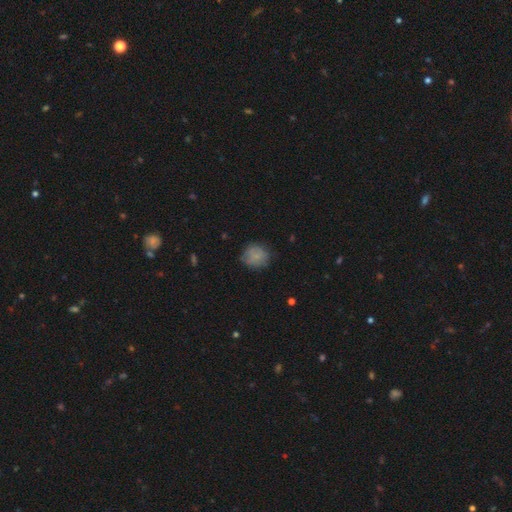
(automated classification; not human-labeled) A smooth galaxy with no disk features (76%) that is round (85%). Merging: none (71%).